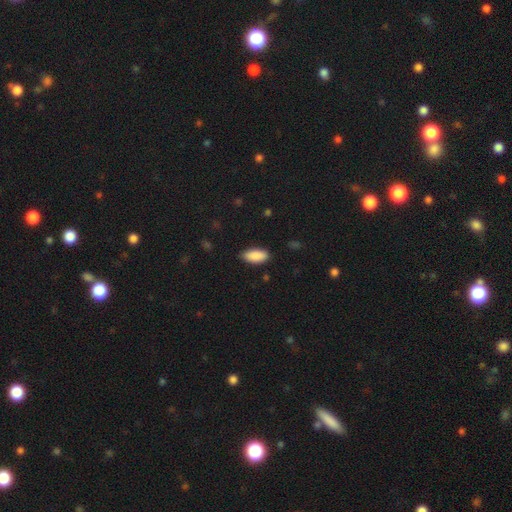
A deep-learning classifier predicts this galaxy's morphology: smooth 89%, star or artifact 6%, featured or disk 4%. Down the decision tree: how rounded — in between (89%); merging — none (84%).